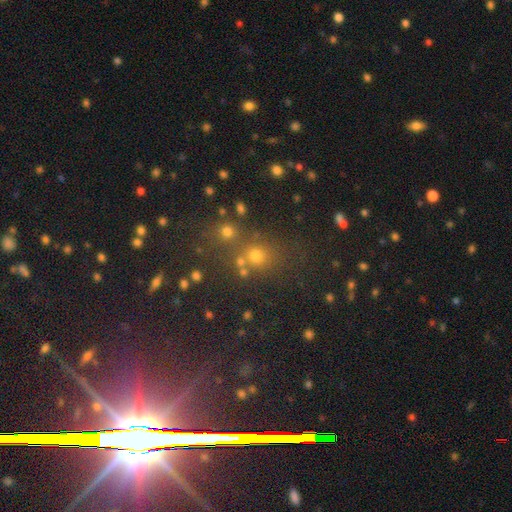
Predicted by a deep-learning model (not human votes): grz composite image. It shows a smooth galaxy with no disk features (63%) that is round (83%). Merging: none (67%).